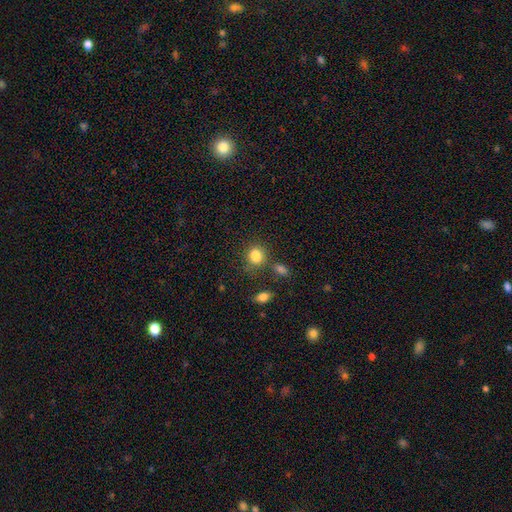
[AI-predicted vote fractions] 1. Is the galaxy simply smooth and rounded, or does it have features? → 84% smooth, 10% star or artifact, 5% featured or disk.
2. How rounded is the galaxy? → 62% round, 37% in between, 1% cigar-shaped.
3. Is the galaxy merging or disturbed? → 71% none, 14% minor disturbance, 9% merger, 5% major disturbance.